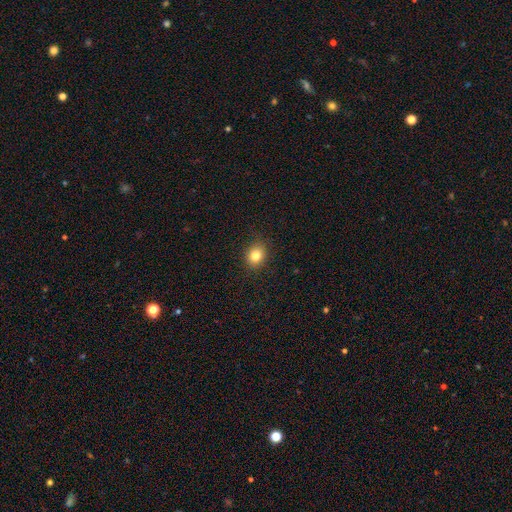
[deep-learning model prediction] A smooth galaxy with no disk features (82%) that is round (63%).

Vote fractions:
- Smooth or featured? smooth: 82% / star or artifact: 11% / featured or disk: 7%
- How rounded? round: 63% / in between: 36% / cigar-shaped: 1%
- Merging? none: 89% / minor disturbance: 8% / major disturbance: 2% / merger: 1%